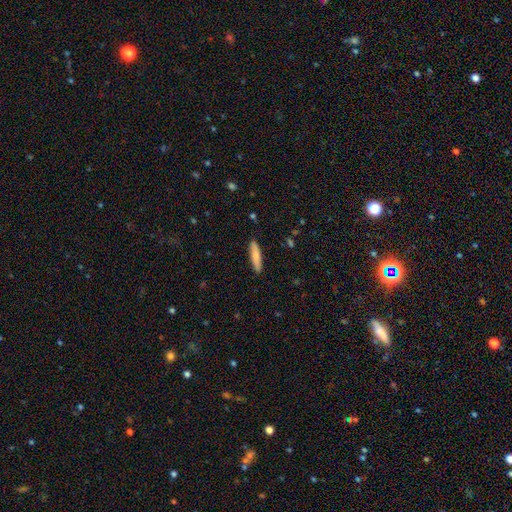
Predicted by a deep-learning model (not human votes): Smooth or featured? Predicted: smooth (p=0.79). How rounded? Predicted: cigar-shaped (p=0.84). Merging? Predicted: none (p=0.89).